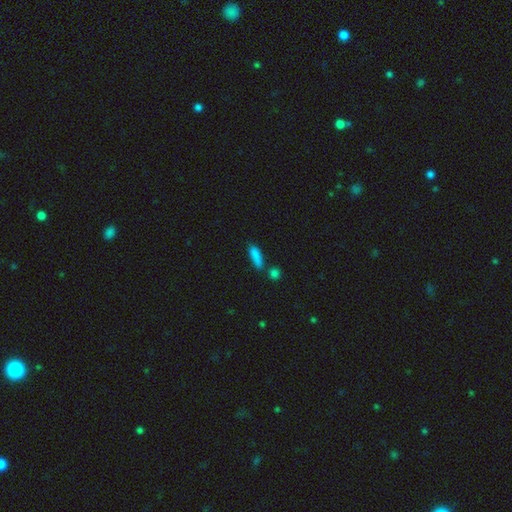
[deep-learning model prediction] Overall: smooth (83%). How rounded: cigar-shaped (53%; in between 44%). Merging: none (62%).